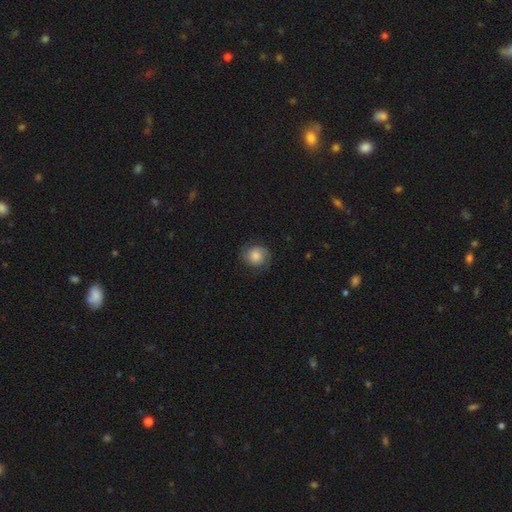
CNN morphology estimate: smooth_or_featured: smooth (p=0.54) [alt: featured or disk p=0.37]
how_rounded: round (p=0.81) [alt: in between p=0.18]
merging: none (p=0.79) [alt: minor disturbance p=0.14]